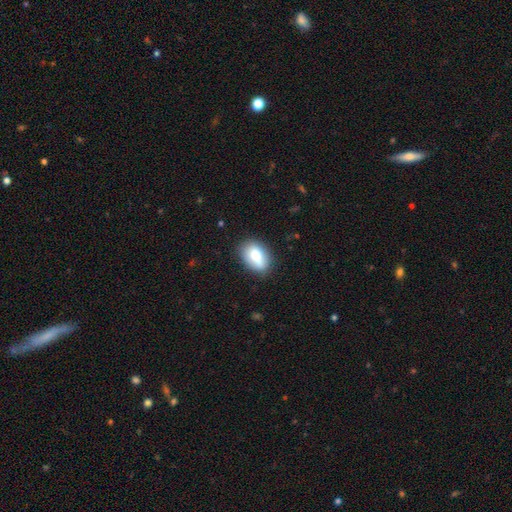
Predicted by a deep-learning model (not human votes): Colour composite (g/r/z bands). It shows a smooth galaxy with no disk features (74%) that is in between round and cigar-shaped (79%). Merging: none (78%).